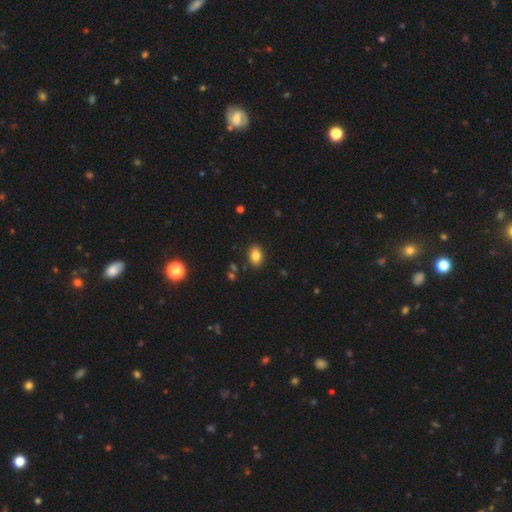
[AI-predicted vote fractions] Smooth or featured? smooth (83%)
How rounded? in between (78%)
Merging? none (87%)